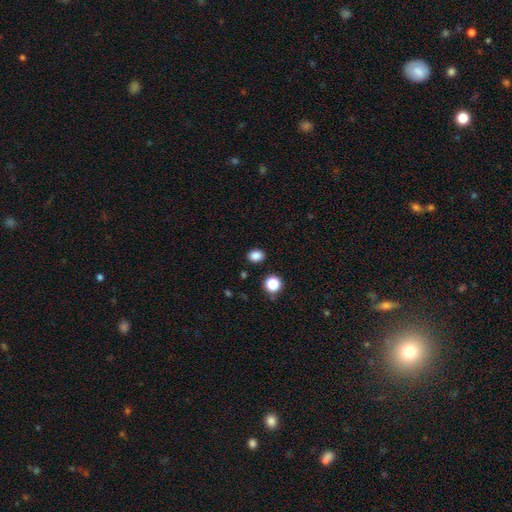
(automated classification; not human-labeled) smooth 85%, star or artifact 12%, featured or disk 3%. Down the decision tree: how rounded — in between (55%); merging — none (88%).